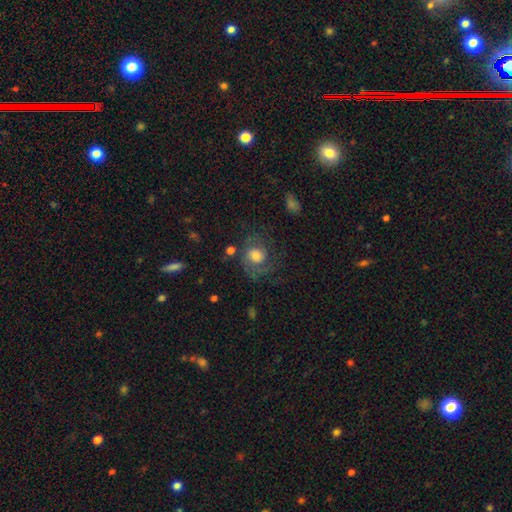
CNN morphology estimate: Smooth or featured?
  - featured or disk: 63% *
  - smooth: 28%
  - star or artifact: 9%
Edge-on disk?
  - no: 98% *
  - yes: 2%
Bar?
  - no: 73% *
  - weak: 23%
  - strong: 3%
Spiral arms?
  - yes: 89% *
  - no: 11%
Spiral winding?
  - medium: 45% *
  - tight: 34%
  - loose: 21%
Spiral arm count?
  - 2: 46% *
  - can't tell: 19%
  - 1: 18%
  - 3: 10%
  - 4: 4%
  - more than 4: 4%
Bulge size?
  - moderate: 50% *
  - large: 33%
  - small: 11%
  - dominant: 3%
  - none: 3%
Merging?
  - none: 58% *
  - major disturbance: 21%
  - minor disturbance: 18%
  - merger: 3%